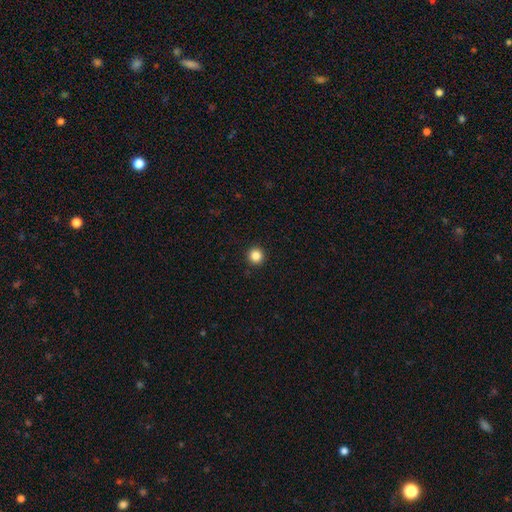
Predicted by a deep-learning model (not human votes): Morphology: type=smooth (85%); roundness=round (96%); merging=none (94%).